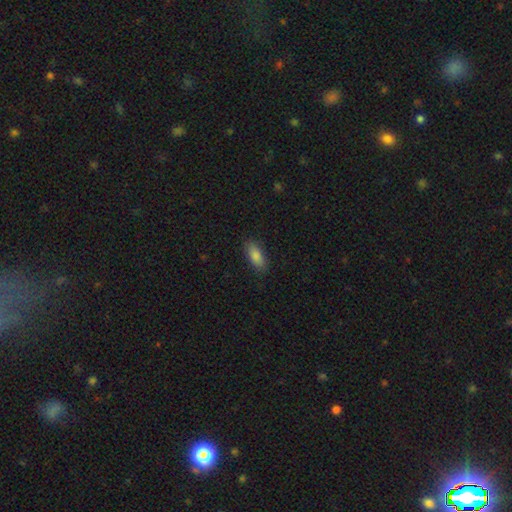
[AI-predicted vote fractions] smooth 86%, star or artifact 7%, featured or disk 7%. Down the decision tree: how rounded — in between (82%); merging — none (86%).